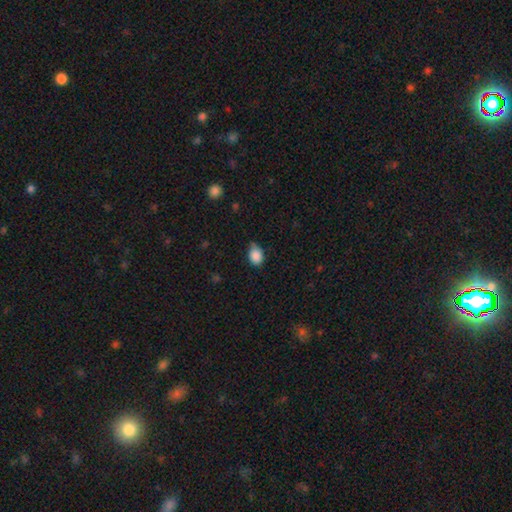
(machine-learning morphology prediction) Smooth or featured: smooth — 87% (star or artifact — 8%)
How rounded: in between — 75% (round — 24%)
Merging: none — 53% (minor disturbance — 39%)